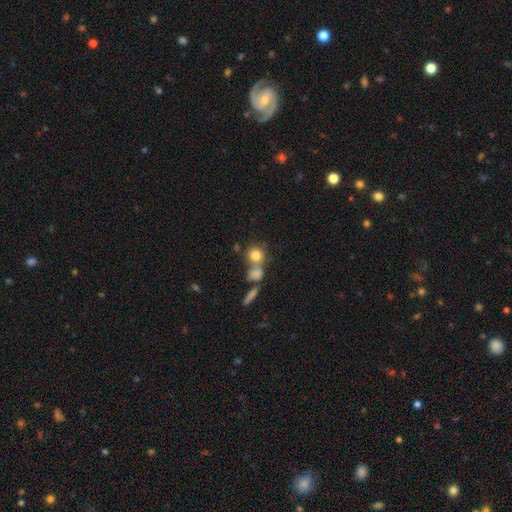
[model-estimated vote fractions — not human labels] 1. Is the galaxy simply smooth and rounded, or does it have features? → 78% smooth, 11% featured or disk, 11% star or artifact.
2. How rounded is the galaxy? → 82% round, 16% in between, 2% cigar-shaped.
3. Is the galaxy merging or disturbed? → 47% none, 39% merger, 9% minor disturbance, 5% major disturbance.